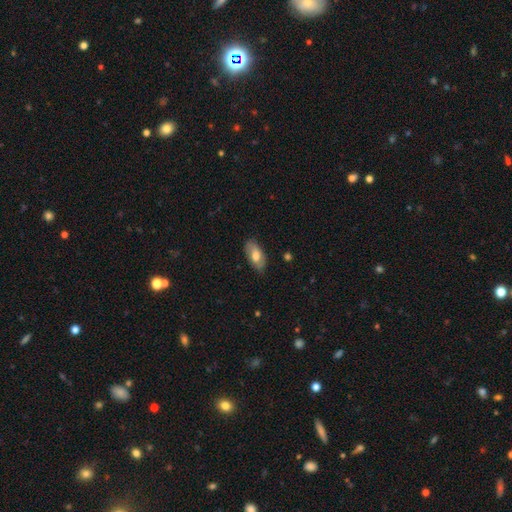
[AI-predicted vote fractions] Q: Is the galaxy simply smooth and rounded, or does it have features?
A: smooth — 62%.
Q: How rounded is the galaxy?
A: in between — 91%.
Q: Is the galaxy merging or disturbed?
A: none — 81%.